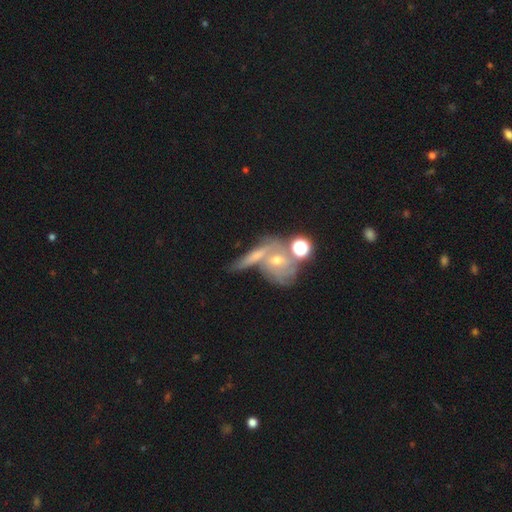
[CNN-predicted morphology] Smooth or featured? featured or disk (47%)
Merging? merger (43%)